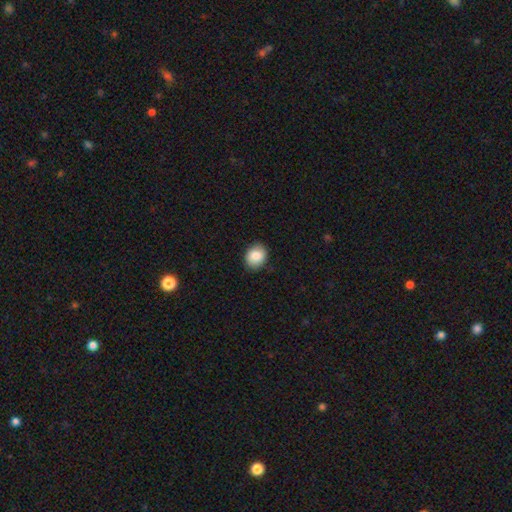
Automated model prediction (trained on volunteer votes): Smooth or featured?
  - smooth: 84% *
  - star or artifact: 8%
  - featured or disk: 8%
How rounded?
  - round: 59% *
  - in between: 40%
  - cigar-shaped: 1%
Merging?
  - none: 87% *
  - minor disturbance: 10%
  - major disturbance: 2%
  - merger: 1%